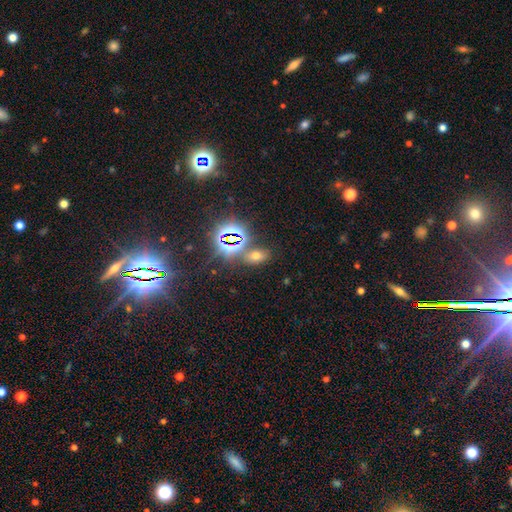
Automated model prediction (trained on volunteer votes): Smooth or featured? Predicted: smooth (p=0.48). Merging? Predicted: none (p=0.74).